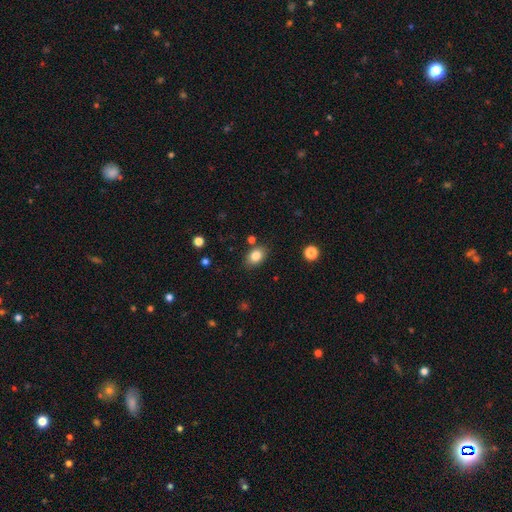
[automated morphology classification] This appears to be a smooth galaxy with no disk features (83%) that is in between round and cigar-shaped (76%). Merging: none (83%).